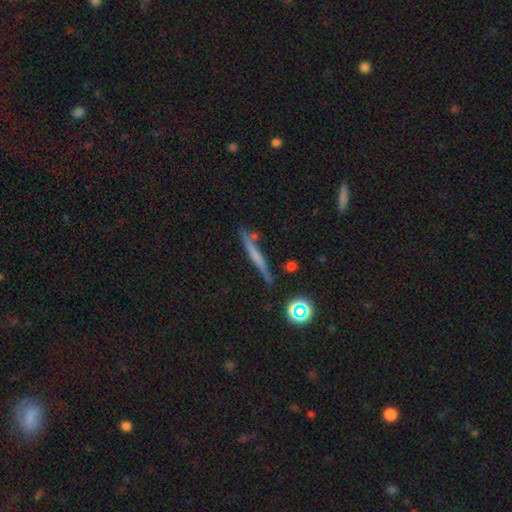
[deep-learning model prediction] smooth-or-featured: featured or disk: 49% | smooth: 41% | star or artifact: 11%
  merging: none: 76% | minor disturbance: 16% | merger: 5% | major disturbance: 4%